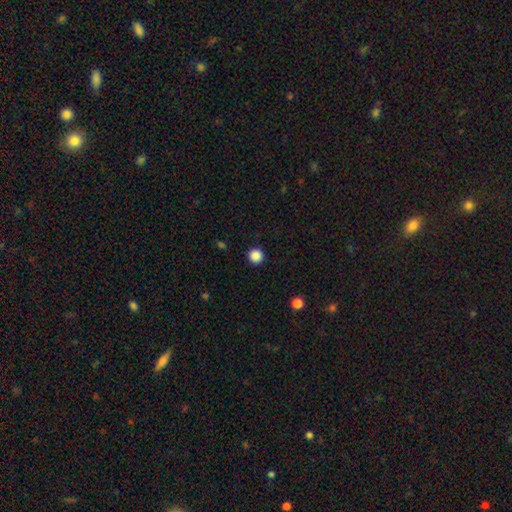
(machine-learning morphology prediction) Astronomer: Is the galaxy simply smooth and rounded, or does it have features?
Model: smooth — 87%.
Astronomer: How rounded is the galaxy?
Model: round — 96%.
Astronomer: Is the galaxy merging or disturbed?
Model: none — 93%.